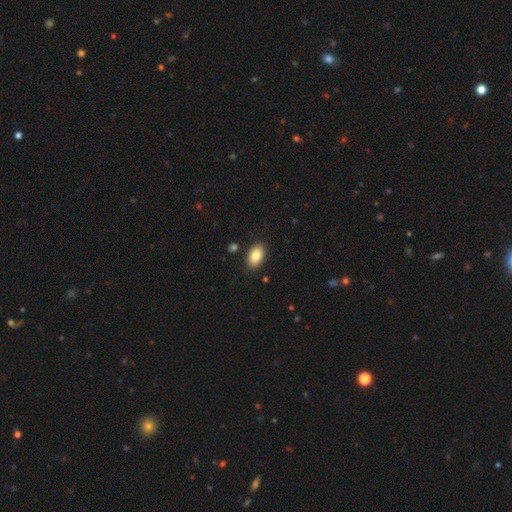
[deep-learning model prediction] smooth 84%, featured or disk 9%, star or artifact 8%. Down the decision tree: how rounded — in between (91%); merging — none (86%).